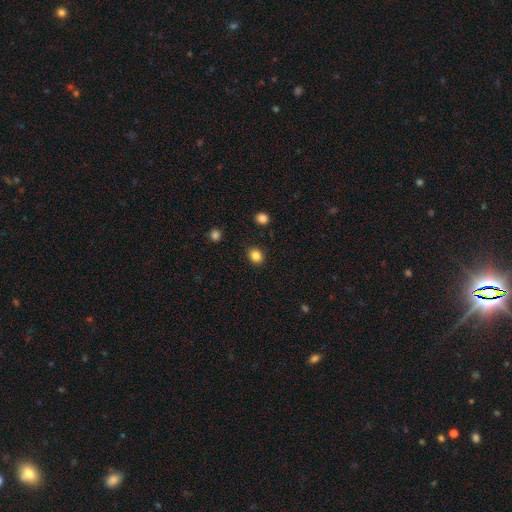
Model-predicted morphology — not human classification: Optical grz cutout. It shows a smooth galaxy with no disk features (85%) that is round (70%). Merging: none (90%).